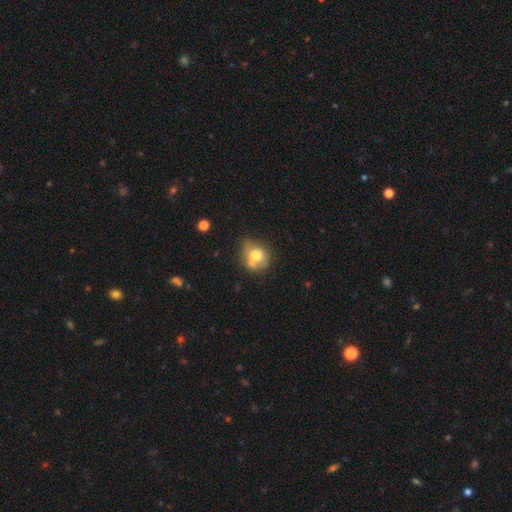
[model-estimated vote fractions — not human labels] This is likely a smooth galaxy (69%). How rounded: likely round (68%). Merging: marginally none (39%).